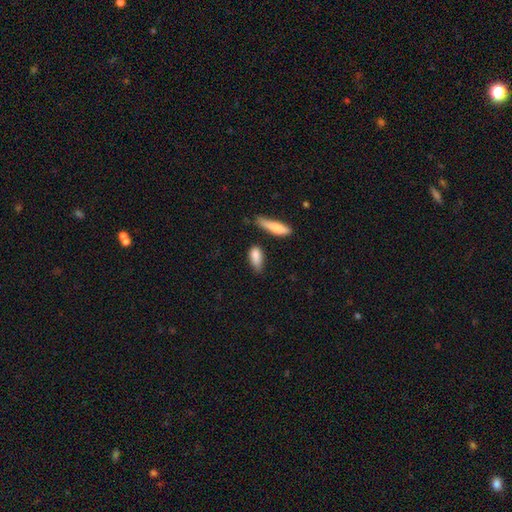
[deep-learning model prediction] A smooth galaxy with no disk features (84%) that is in between round and cigar-shaped (70%). Merging: none (57%).